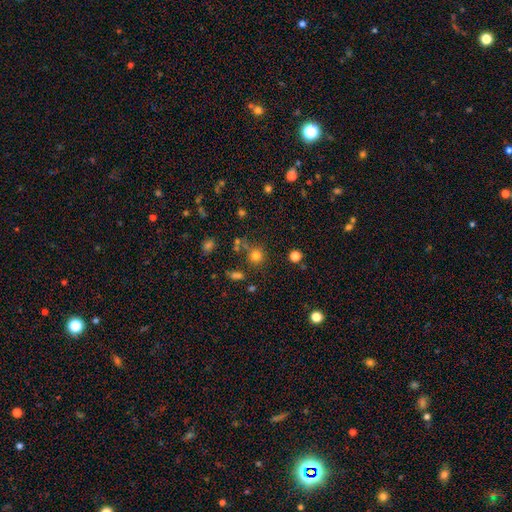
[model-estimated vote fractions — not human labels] This is likely a smooth galaxy (77%). How rounded: clearly round (90%). Merging: likely none (74%).